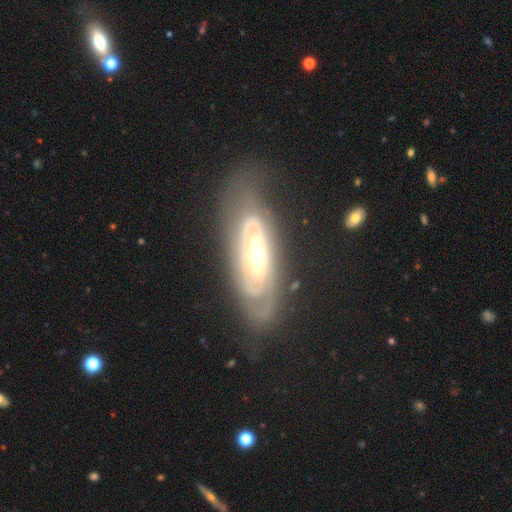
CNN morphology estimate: type=featured or disk (85%); edge-on=no (87%); bar=no (55%); spiral arms=yes (84%); winding=tight (67%); arm count=2 (45%); bulge=moderate (66%); merging=none (71%).